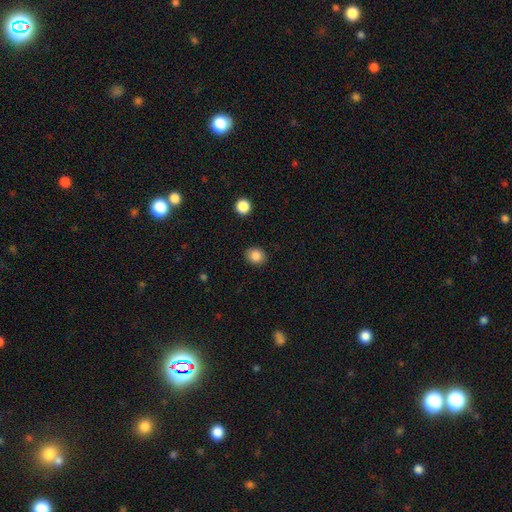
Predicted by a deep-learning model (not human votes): smooth 86%, star or artifact 10%, featured or disk 4%. Down the decision tree: how rounded — round (72%); merging — none (89%).